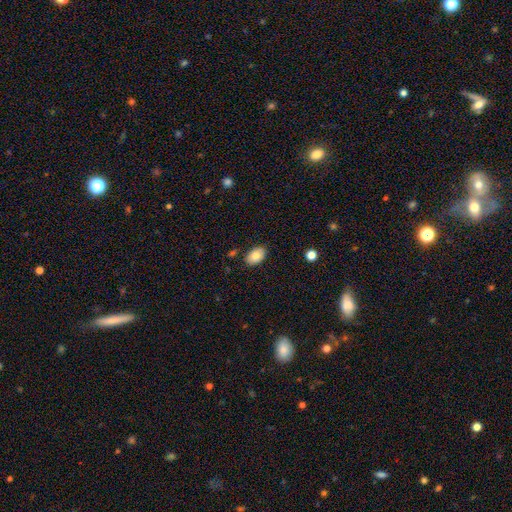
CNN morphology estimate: Smooth or featured? Predicted: smooth (p=0.78). How rounded? Predicted: in between (p=0.88). Merging? Predicted: none (p=0.85).